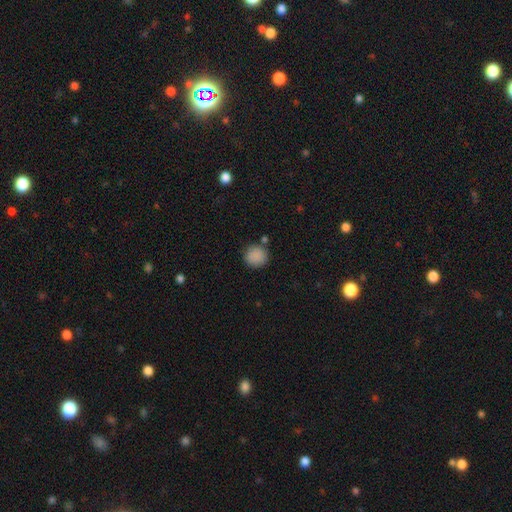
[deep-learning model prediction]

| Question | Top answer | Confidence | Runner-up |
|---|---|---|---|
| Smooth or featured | smooth | 88% | star or artifact (9%) |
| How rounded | round | 92% | in between (7%) |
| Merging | none | 82% | minor disturbance (10%) |